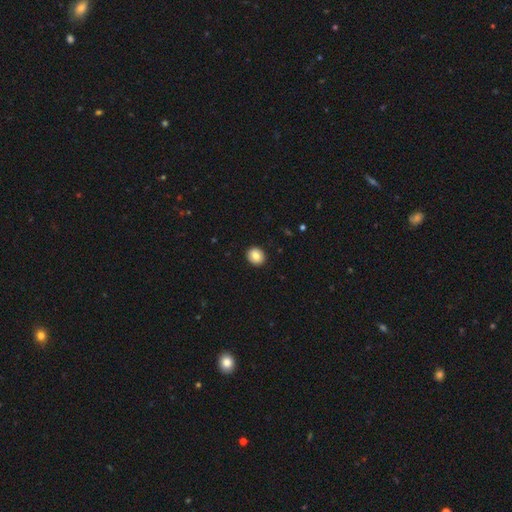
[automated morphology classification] smooth 83%, featured or disk 9%, star or artifact 8%. Down the decision tree: how rounded — round (73%); merging — none (92%).